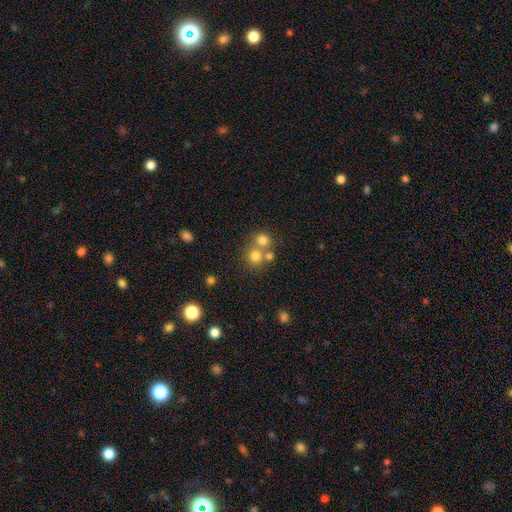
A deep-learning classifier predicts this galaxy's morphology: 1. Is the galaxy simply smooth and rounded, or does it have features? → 72% smooth, 15% star or artifact, 12% featured or disk.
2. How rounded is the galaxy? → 88% round, 11% in between, 1% cigar-shaped.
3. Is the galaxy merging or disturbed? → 51% none, 39% merger, 6% minor disturbance, 3% major disturbance.